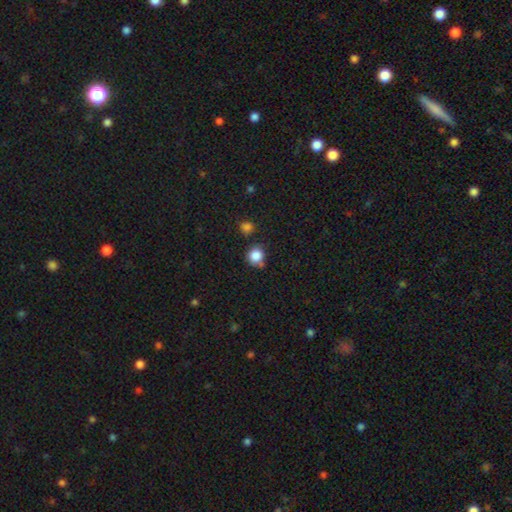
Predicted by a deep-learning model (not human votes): Smooth or featured? smooth (85%)
How rounded? round (89%)
Merging? none (67%)